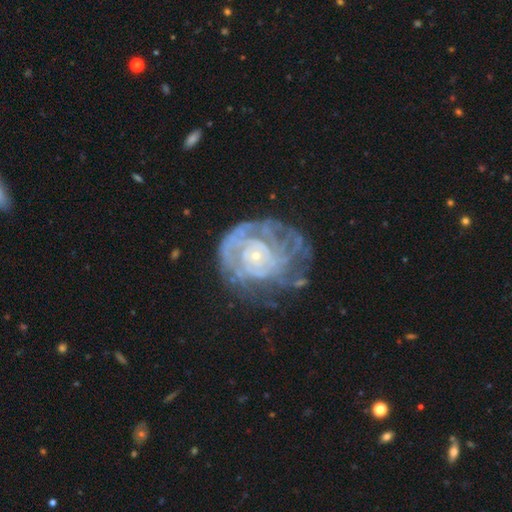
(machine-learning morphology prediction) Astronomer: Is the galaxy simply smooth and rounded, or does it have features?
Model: featured or disk — 82%.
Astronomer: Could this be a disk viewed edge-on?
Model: no — 97%.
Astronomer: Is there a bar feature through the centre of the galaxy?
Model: no — 80%.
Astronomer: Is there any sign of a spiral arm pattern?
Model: yes — 86%.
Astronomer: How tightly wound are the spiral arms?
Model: tight — 75%.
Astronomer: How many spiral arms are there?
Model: can't tell — 49%.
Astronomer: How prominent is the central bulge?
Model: small — 82%.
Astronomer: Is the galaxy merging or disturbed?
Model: none — 53%.